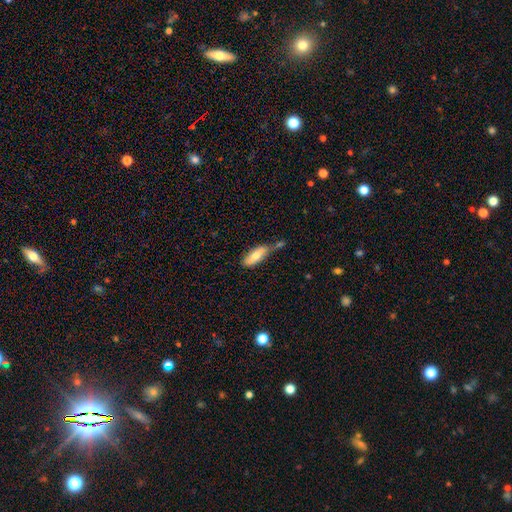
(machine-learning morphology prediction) A smooth galaxy with no disk features (69%) that is in between round and cigar-shaped (69%). Merging: none (41%).